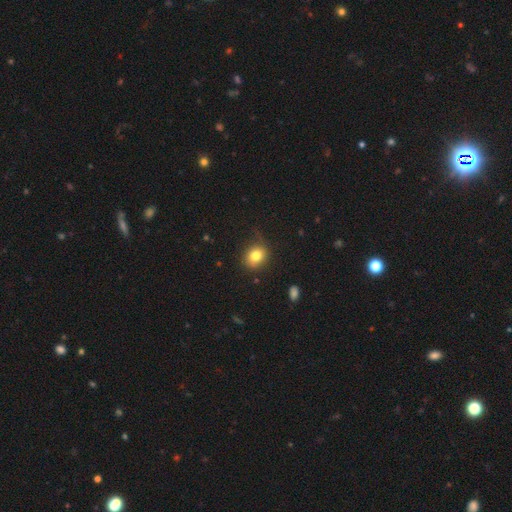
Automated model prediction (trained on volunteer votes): The model was most divided on "how rounded": round: 63%, in between: 36%, cigar-shaped: 1%. More confident: smooth or featured — smooth (80%); merging — none (76%).